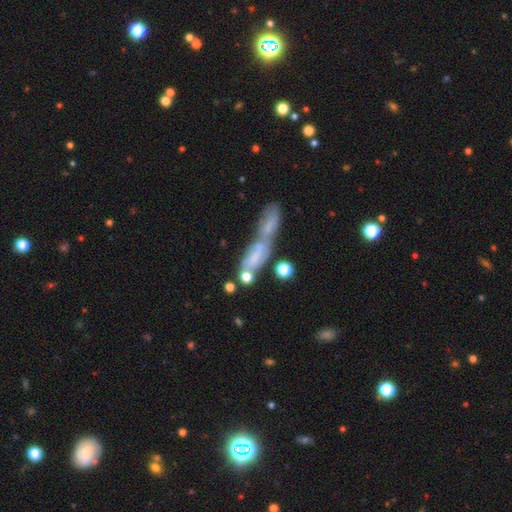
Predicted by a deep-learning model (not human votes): This is possibly a smooth galaxy (46%). Merging: possibly merger (56%).